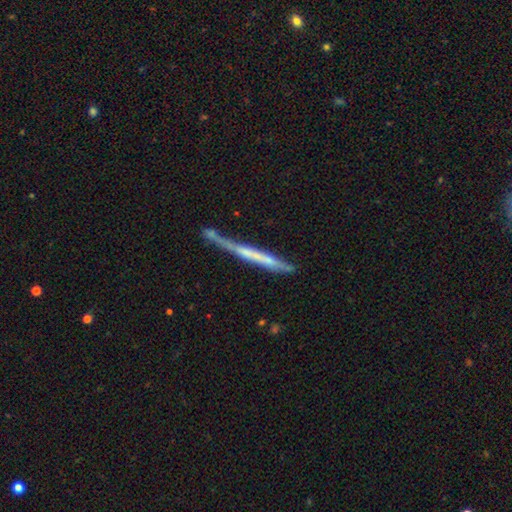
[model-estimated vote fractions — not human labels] Smooth or featured?
  - featured or disk: 59% *
  - smooth: 34%
  - star or artifact: 7%
Edge-on disk?
  - yes: 91% *
  - no: 9%
Edge-on bulge?
  - none: 76% *
  - rounded: 13%
  - boxy: 10%
Merging?
  - none: 49% *
  - minor disturbance: 22%
  - merger: 19%
  - major disturbance: 10%